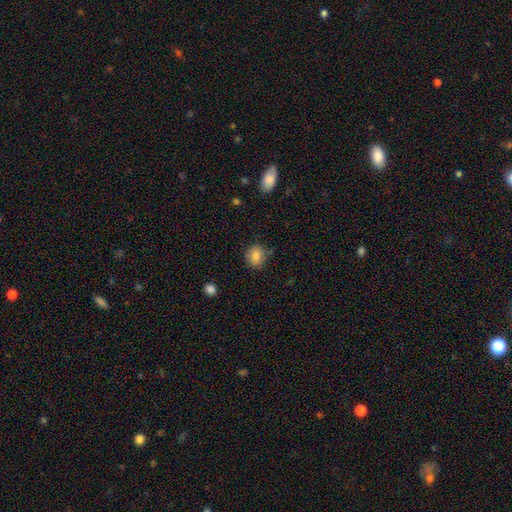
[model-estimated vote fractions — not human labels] Overall: smooth (81%). How rounded: round (75%). Merging: none (77%).